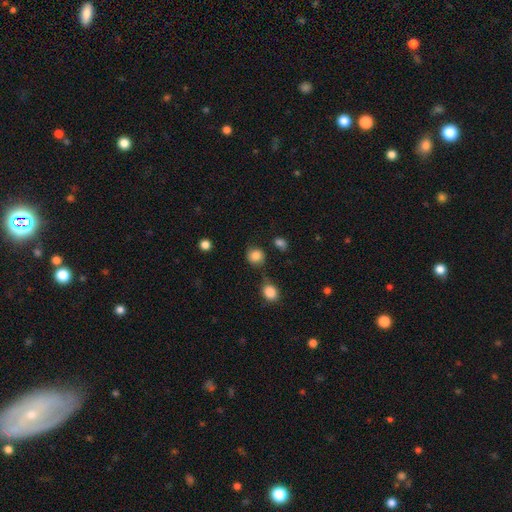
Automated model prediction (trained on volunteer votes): smooth_or_featured: smooth (p=0.83) [alt: star or artifact p=0.11]
how_rounded: round (p=0.84) [alt: in between p=0.15]
merging: none (p=0.67) [alt: minor disturbance p=0.17]